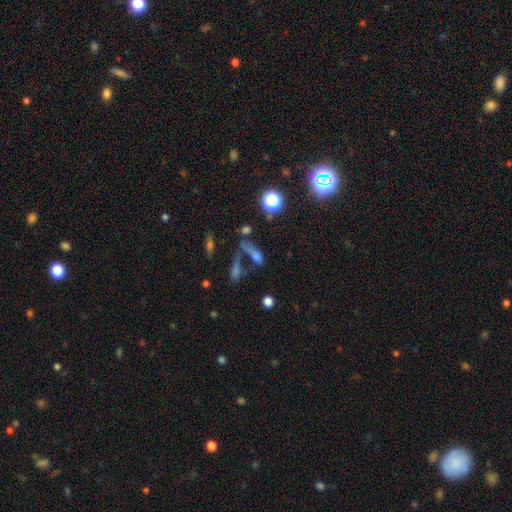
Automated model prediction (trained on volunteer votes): A smooth galaxy with no disk features (51%) that is in between round and cigar-shaped (47%). Merging: none (35%).